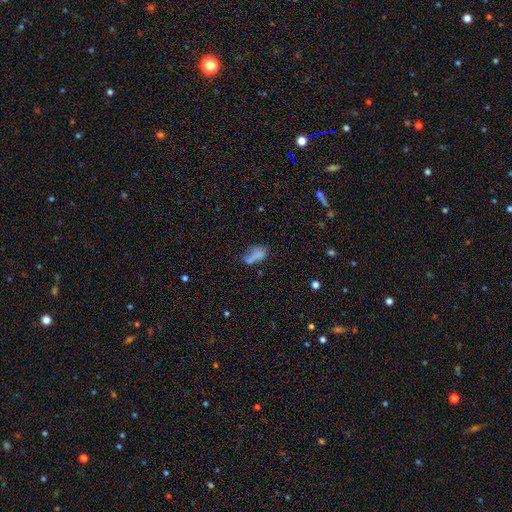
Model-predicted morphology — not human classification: A smooth galaxy with no disk features (72%) that is in between round and cigar-shaped (85%).

Vote fractions:
- Smooth or featured? smooth: 72% / featured or disk: 16% / star or artifact: 12%
- How rounded? in between: 85% / cigar-shaped: 8% / round: 7%
- Merging? none: 37% / minor disturbance: 26% / merger: 19% / major disturbance: 18%